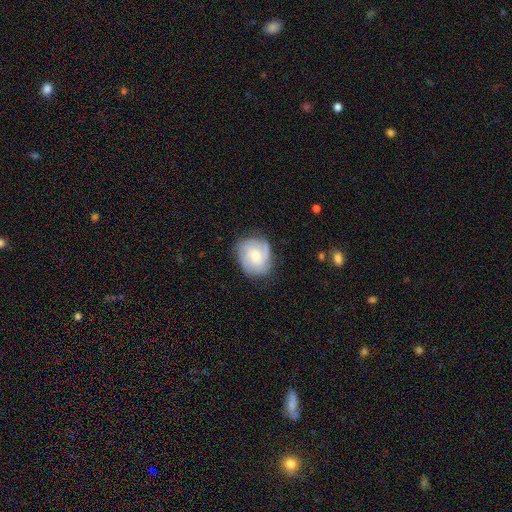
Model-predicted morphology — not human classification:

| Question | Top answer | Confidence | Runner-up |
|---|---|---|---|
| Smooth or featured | featured or disk | 63% | smooth (30%) |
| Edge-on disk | no | 98% | yes (2%) |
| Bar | no | 62% | weak (33%) |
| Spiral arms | yes | 91% | no (9%) |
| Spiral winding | tight | 46% | medium (40%) |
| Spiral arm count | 3 | 32% | can't tell (28%) |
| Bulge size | moderate | 54% | small (37%) |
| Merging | none | 72% | minor disturbance (20%) |